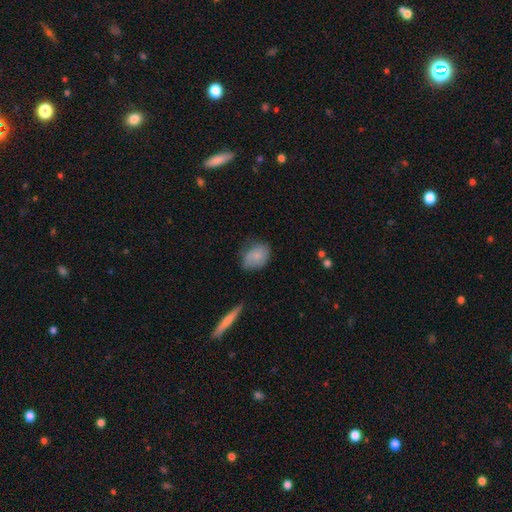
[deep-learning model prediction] Smooth or featured? smooth (77%)
How rounded? in between (67%)
Merging? none (56%)